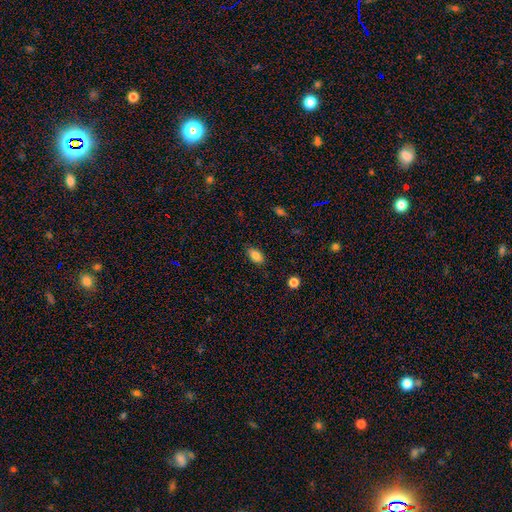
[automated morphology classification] Smooth or featured?
  - smooth: 85% *
  - star or artifact: 9%
  - featured or disk: 6%
How rounded?
  - in between: 89% *
  - round: 8%
  - cigar-shaped: 3%
Merging?
  - none: 83% *
  - minor disturbance: 13%
  - major disturbance: 3%
  - merger: 1%